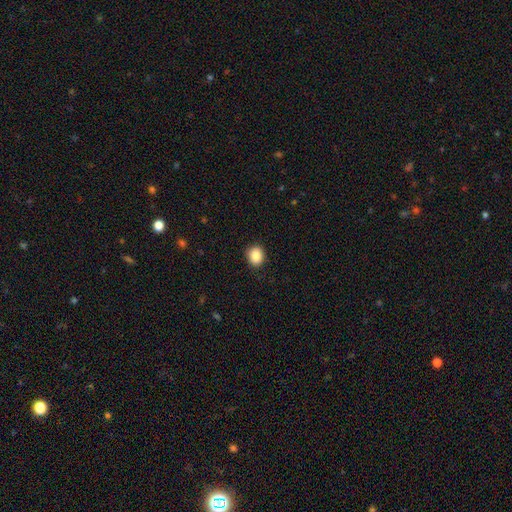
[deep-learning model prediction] Overall: smooth (89%). How rounded: round (61%; in between 38%). Merging: none (89%).